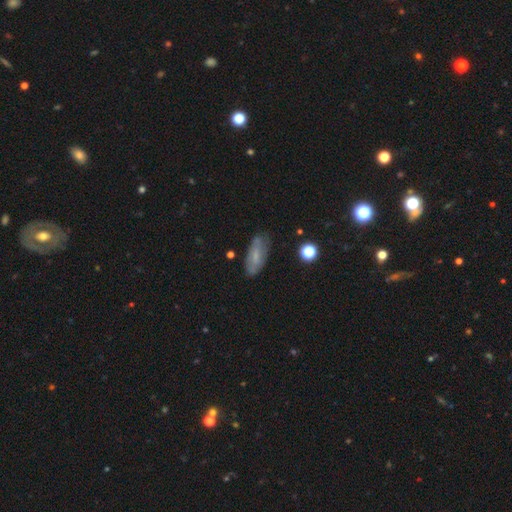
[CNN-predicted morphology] Overall: smooth (55%; featured or disk 36%). How rounded: in between (77%). Merging: none (72%).